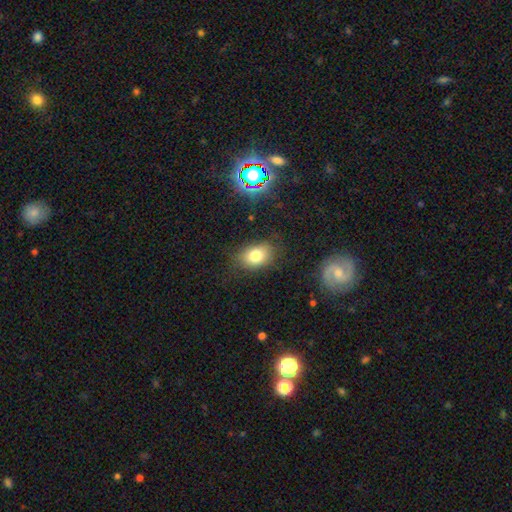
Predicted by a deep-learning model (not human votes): smooth-or-featured: smooth: 79% | star or artifact: 12% | featured or disk: 10%
  how-rounded: in between: 78% | round: 20% | cigar-shaped: 1%
  merging: none: 78% | minor disturbance: 15% | major disturbance: 5% | merger: 2%